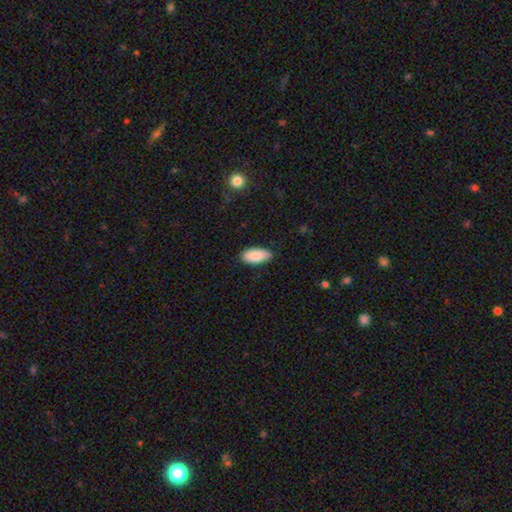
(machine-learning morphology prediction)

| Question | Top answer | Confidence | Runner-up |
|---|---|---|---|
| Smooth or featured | smooth | 87% | featured or disk (7%) |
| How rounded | in between | 92% | cigar-shaped (6%) |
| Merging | none | 86% | minor disturbance (11%) |